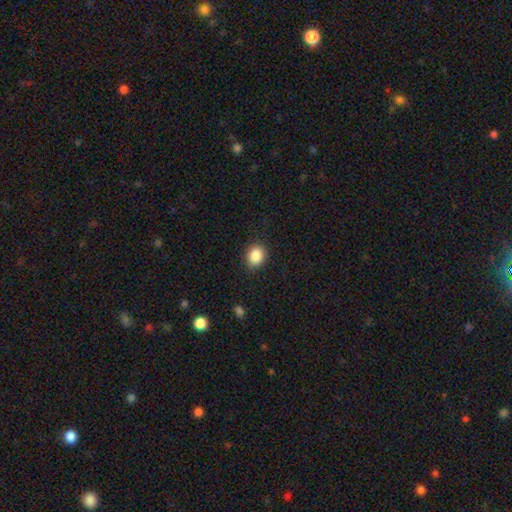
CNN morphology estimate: A smooth galaxy with no disk features (87%) that is round (58%). Merging: none (88%).